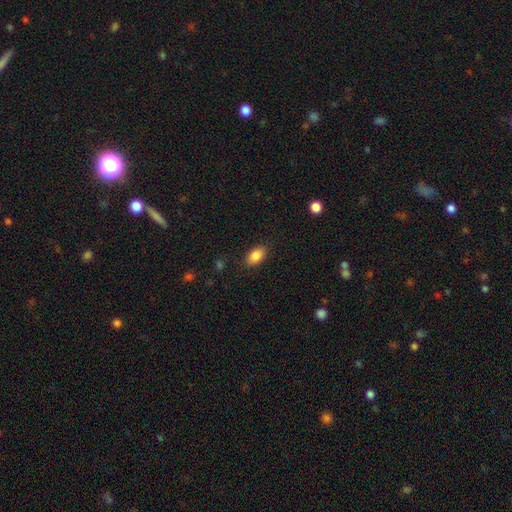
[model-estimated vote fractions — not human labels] This is clearly a smooth galaxy (86%). How rounded: clearly in between (90%). Merging: clearly none (86%).